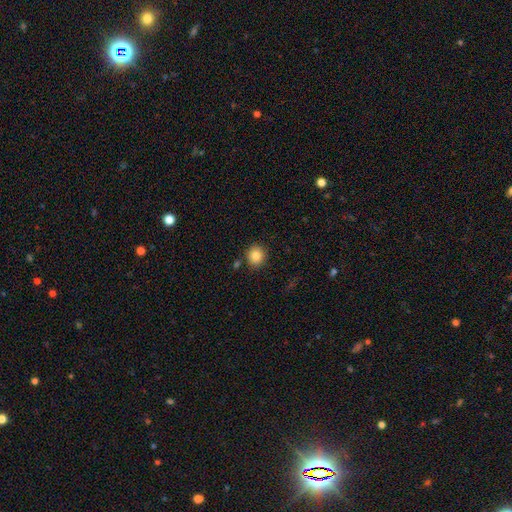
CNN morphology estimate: A smooth galaxy with no disk features (85%) that is round (83%). Merging: none (85%).